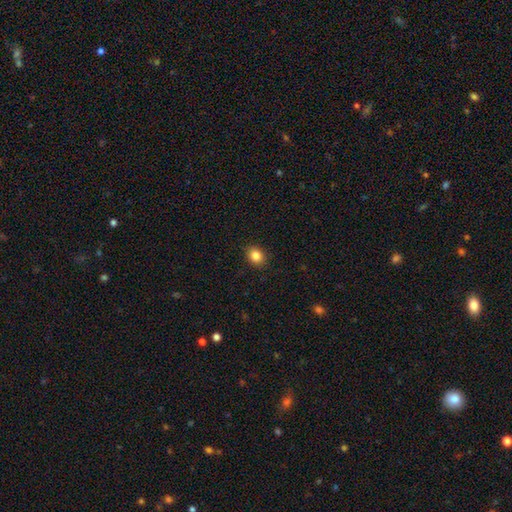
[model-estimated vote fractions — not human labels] Smooth or featured: smooth — 85% (star or artifact — 10%)
How rounded: round — 55% (in between — 45%)
Merging: none — 90% (minor disturbance — 7%)